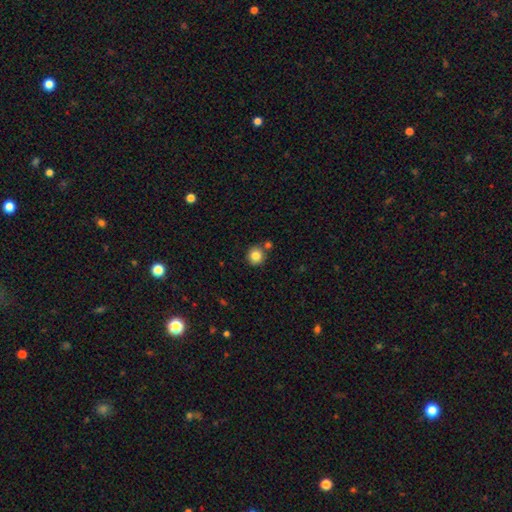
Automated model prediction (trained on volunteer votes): smooth 84%, star or artifact 10%, featured or disk 6%. Down the decision tree: how rounded — round (91%); merging — none (78%).